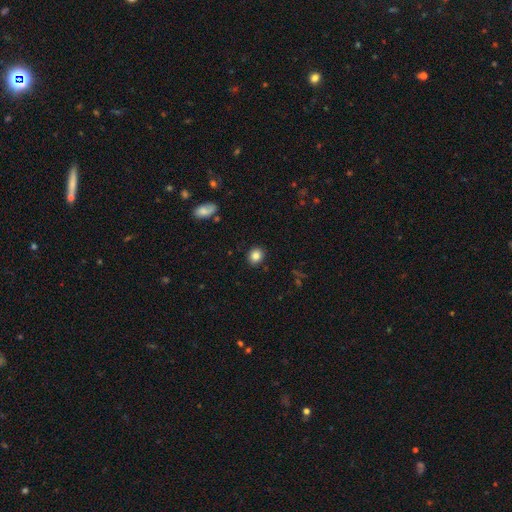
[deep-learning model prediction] smooth_or_featured: smooth (p=0.84) [alt: star or artifact p=0.10]
how_rounded: round (p=0.76) [alt: in between p=0.24]
merging: none (p=0.90) [alt: minor disturbance p=0.07]